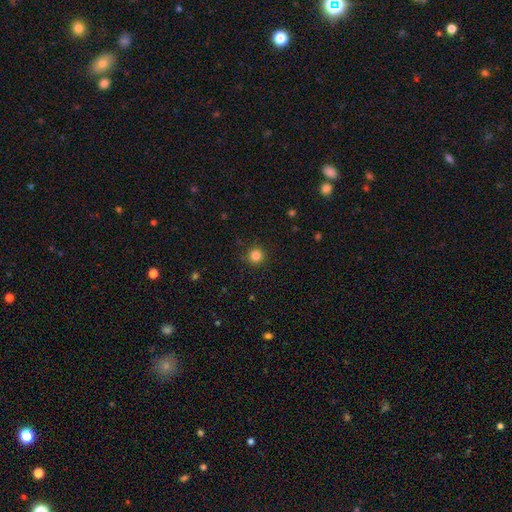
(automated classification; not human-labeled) A smooth galaxy with no disk features (83%) that is round (95%). Merging: none (90%).